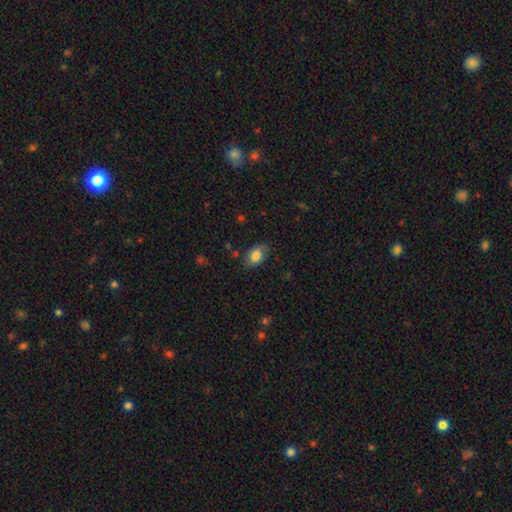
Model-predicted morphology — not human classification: smooth-or-featured: smooth: 76% | featured or disk: 16% | star or artifact: 8%
  how-rounded: in between: 87% | round: 11% | cigar-shaped: 2%
  merging: none: 73% | minor disturbance: 20% | major disturbance: 5% | merger: 2%